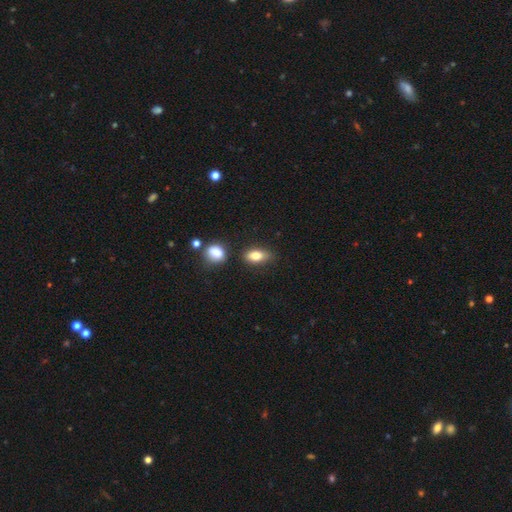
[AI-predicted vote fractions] Overall: smooth (78%). How rounded: in between (83%). Merging: none (74%).